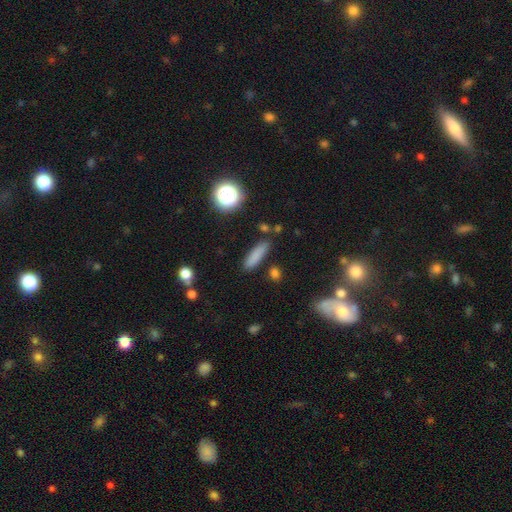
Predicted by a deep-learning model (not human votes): Smooth or featured?
  - smooth: 80% *
  - star or artifact: 11%
  - featured or disk: 9%
How rounded?
  - cigar-shaped: 68% *
  - in between: 29%
  - round: 3%
Merging?
  - none: 84% *
  - minor disturbance: 10%
  - merger: 3%
  - major disturbance: 3%